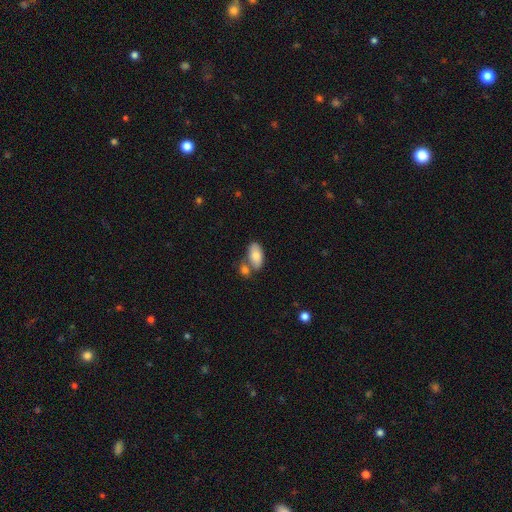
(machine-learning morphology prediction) smooth-or-featured: smooth: 81% | featured or disk: 13% | star or artifact: 6%
  how-rounded: in between: 94% | cigar-shaped: 3% | round: 3%
  merging: none: 54% | merger: 29% | minor disturbance: 13% | major disturbance: 4%